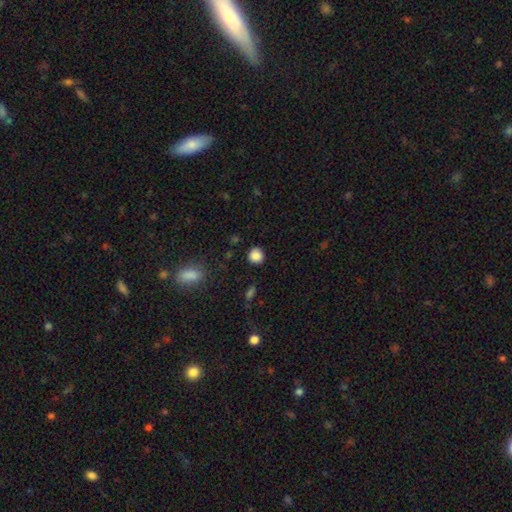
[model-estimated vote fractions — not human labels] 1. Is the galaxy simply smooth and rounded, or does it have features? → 87% smooth, 10% star or artifact, 3% featured or disk.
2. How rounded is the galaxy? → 90% round, 9% in between, 1% cigar-shaped.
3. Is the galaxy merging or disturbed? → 89% none, 7% minor disturbance, 2% major disturbance, 1% merger.